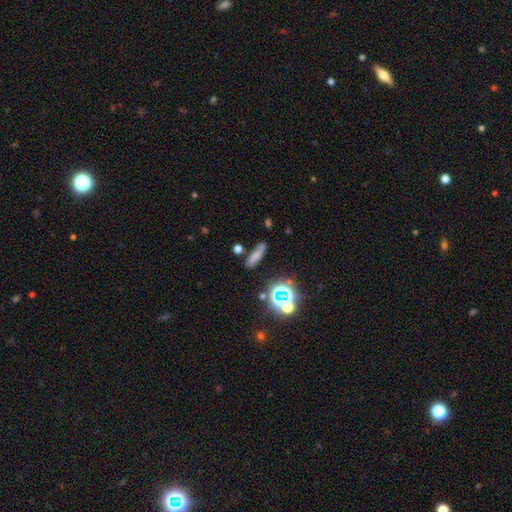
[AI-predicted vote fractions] The model was most divided on "how rounded": cigar-shaped: 65%, in between: 26%, round: 8%. More confident: merging — none (71%); smooth or featured — smooth (65%).